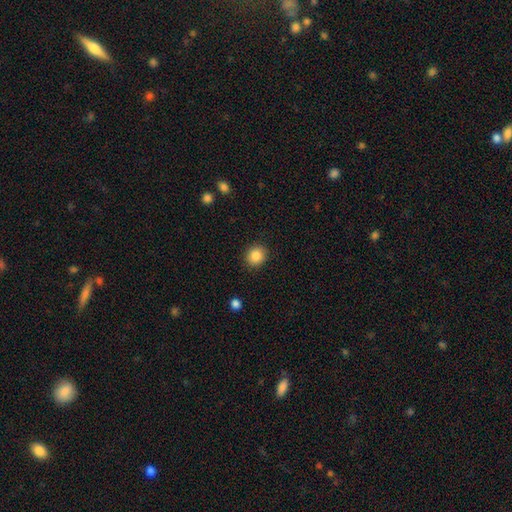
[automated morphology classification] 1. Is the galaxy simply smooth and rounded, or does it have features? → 86% smooth, 9% star or artifact, 4% featured or disk.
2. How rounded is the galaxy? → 81% round, 18% in between, 1% cigar-shaped.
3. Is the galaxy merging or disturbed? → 90% none, 7% minor disturbance, 2% major disturbance, 1% merger.